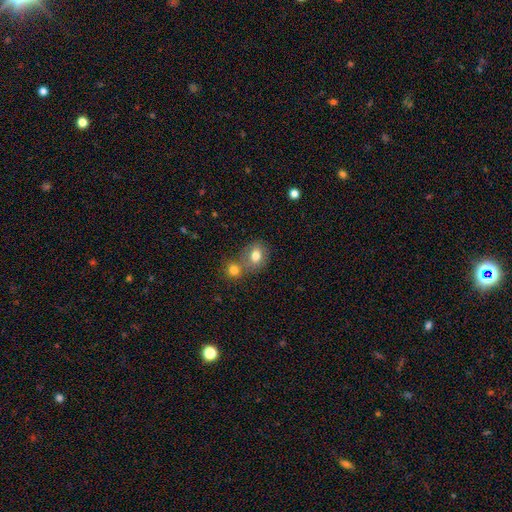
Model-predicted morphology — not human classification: A smooth galaxy with no disk features (79%) that is round (52%). Merging: none (48%).